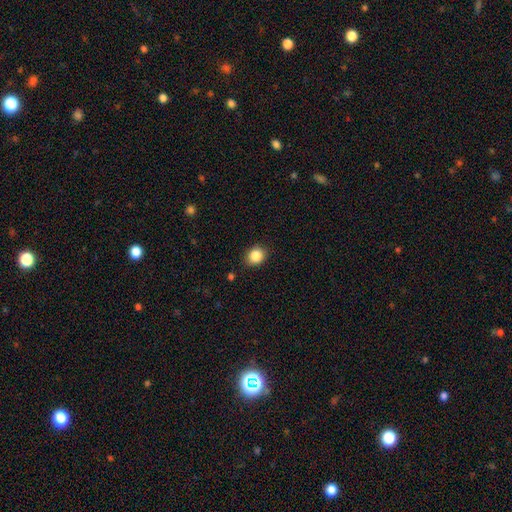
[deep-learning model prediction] Smooth or featured? smooth (86%)
How rounded? round (64%)
Merging? none (86%)